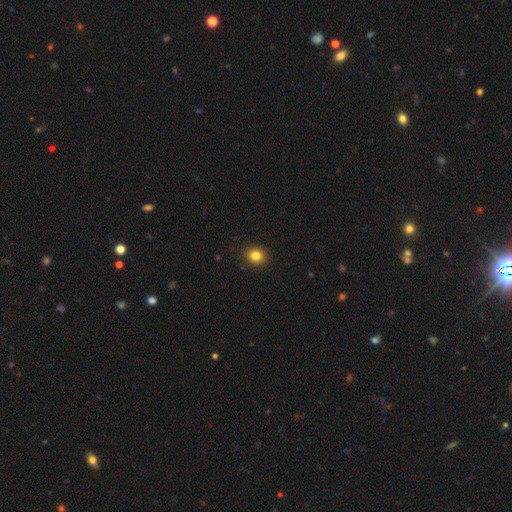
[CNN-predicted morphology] Q: Smooth or featured?
A: smooth (84%); runner-up: star or artifact (11%)
Q: How rounded?
A: round (67%); runner-up: in between (32%)
Q: Merging?
A: none (90%); runner-up: minor disturbance (7%)